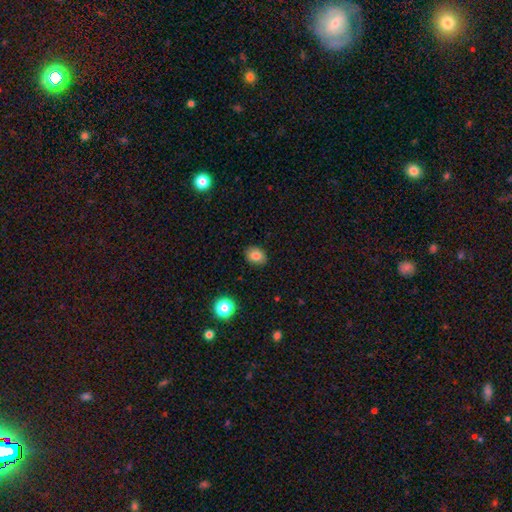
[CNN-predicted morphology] Smooth or featured? Predicted: smooth (p=0.80). How rounded? Predicted: in between (p=0.60). Merging? Predicted: none (p=0.86).